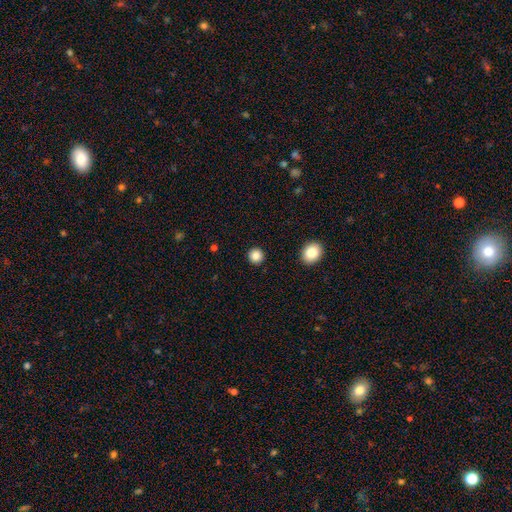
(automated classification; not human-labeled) Smooth or featured? Predicted: smooth (p=0.86). How rounded? Predicted: round (p=0.93). Merging? Predicted: none (p=0.92).